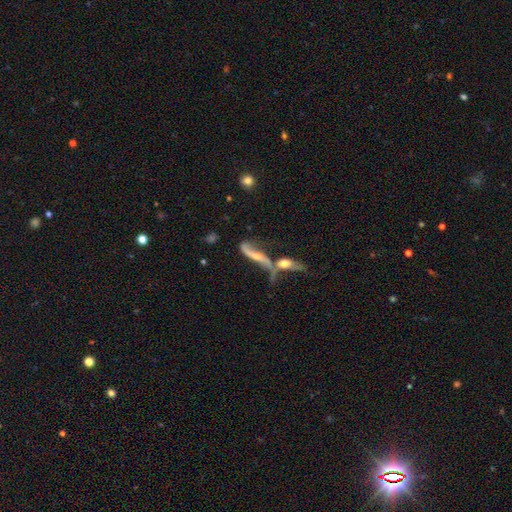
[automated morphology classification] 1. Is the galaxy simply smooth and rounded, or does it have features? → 72% featured or disk, 19% smooth, 8% star or artifact.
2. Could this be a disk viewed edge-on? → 68% no, 32% yes.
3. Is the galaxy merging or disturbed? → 56% merger, 23% none, 11% major disturbance, 10% minor disturbance.